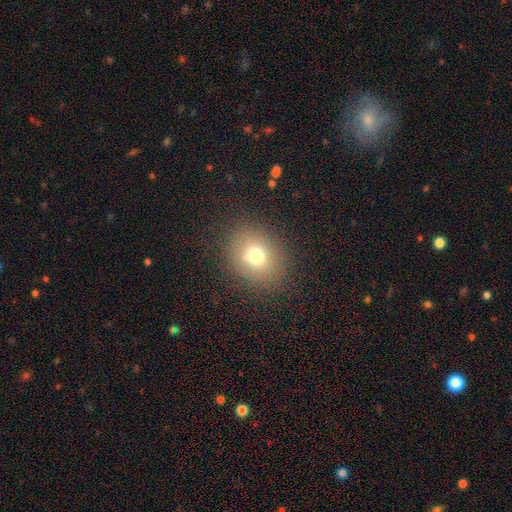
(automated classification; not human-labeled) Smooth or featured? Predicted: smooth (p=0.72). How rounded? Predicted: round (p=0.62). Merging? Predicted: none (p=0.85).